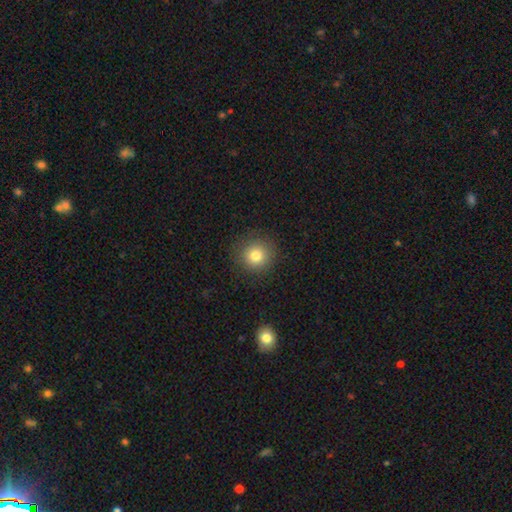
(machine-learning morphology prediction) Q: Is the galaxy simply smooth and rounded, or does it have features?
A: smooth — 80%.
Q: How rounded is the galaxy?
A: round — 93%.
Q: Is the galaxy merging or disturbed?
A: none — 89%.